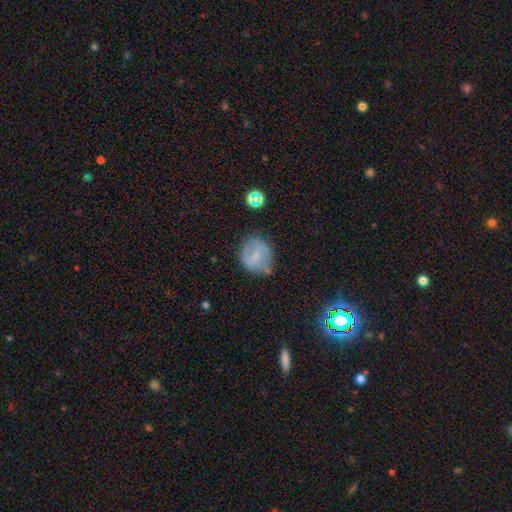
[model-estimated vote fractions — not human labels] This is possibly a featured or disk galaxy (46%). Merging: likely none (66%).